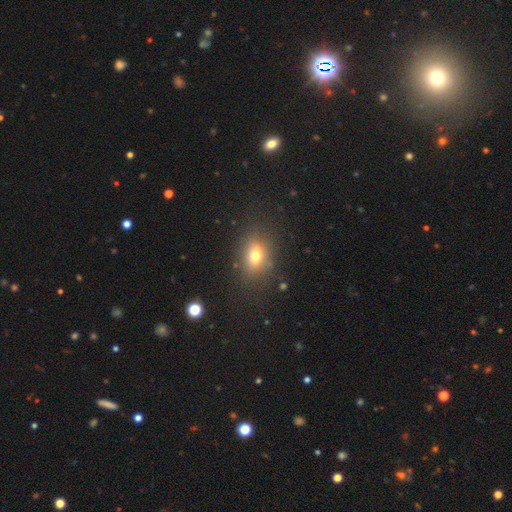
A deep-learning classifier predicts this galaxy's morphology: smooth 71%, featured or disk 15%, star or artifact 14%. Down the decision tree: how rounded — in between (65%); merging — none (77%).